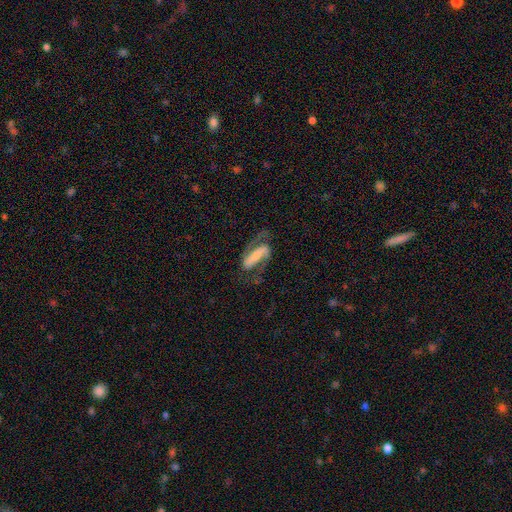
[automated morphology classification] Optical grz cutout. It shows a featured or disk galaxy (78%) with a strong bar (63%), 2 (87%) medium (47%) spiral arms (92%) and a small central bulge (43%). Merging: none (59%).